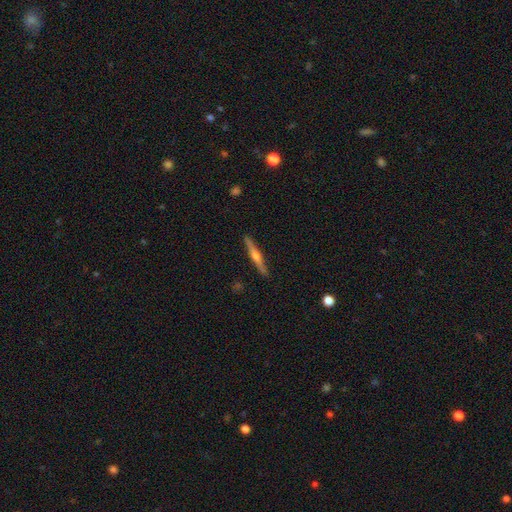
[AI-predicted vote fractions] This is likely a featured or disk galaxy (73%). It is clearly viewed edge-on (98%). Edge-on bulge: clearly rounded (88%). Merging: clearly none (91%).